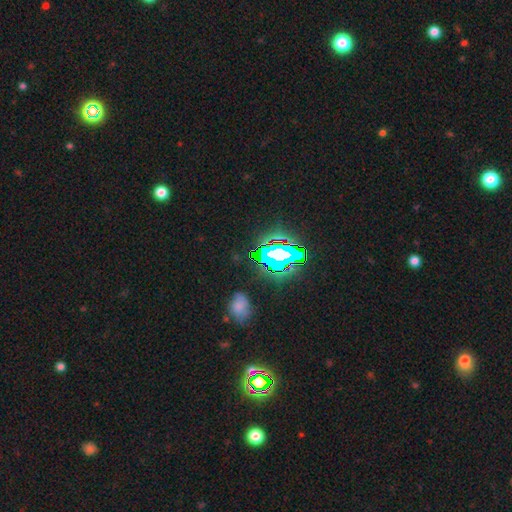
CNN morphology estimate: Smooth or featured? star or artifact (77%)